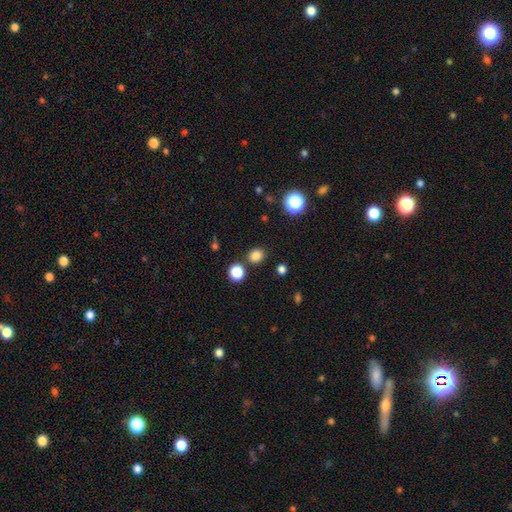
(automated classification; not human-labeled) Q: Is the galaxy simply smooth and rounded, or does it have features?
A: smooth — 81%.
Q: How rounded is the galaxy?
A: round — 68%.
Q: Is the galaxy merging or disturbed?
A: none — 82%.